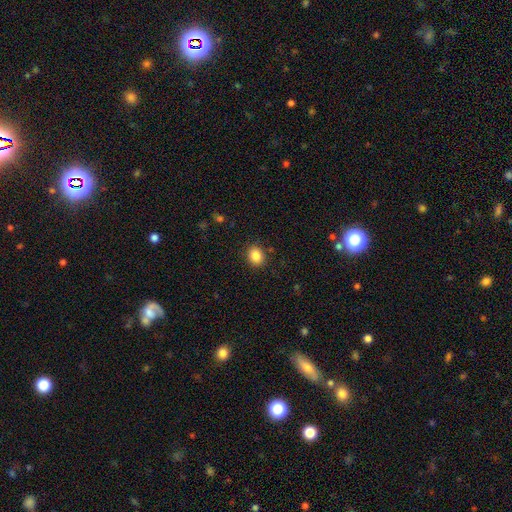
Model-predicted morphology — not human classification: Smooth or featured? Predicted: smooth (p=0.85). How rounded? Predicted: round (p=0.57). Merging? Predicted: none (p=0.88).